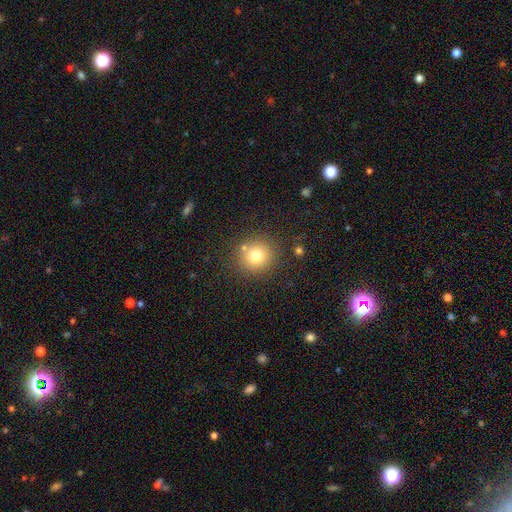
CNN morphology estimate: Smooth or featured: smooth — 76% (star or artifact — 14%)
How rounded: round — 91% (in between — 8%)
Merging: none — 81% (minor disturbance — 9%)